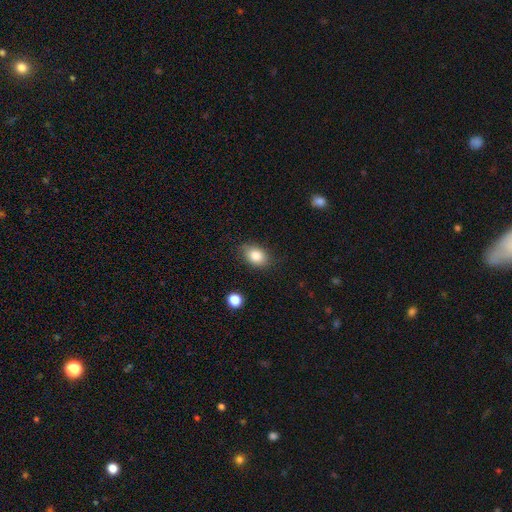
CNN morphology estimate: Smooth or featured?
  - smooth: 84% *
  - star or artifact: 9%
  - featured or disk: 8%
How rounded?
  - in between: 79% *
  - round: 20%
  - cigar-shaped: 1%
Merging?
  - none: 82% *
  - minor disturbance: 14%
  - major disturbance: 3%
  - merger: 1%